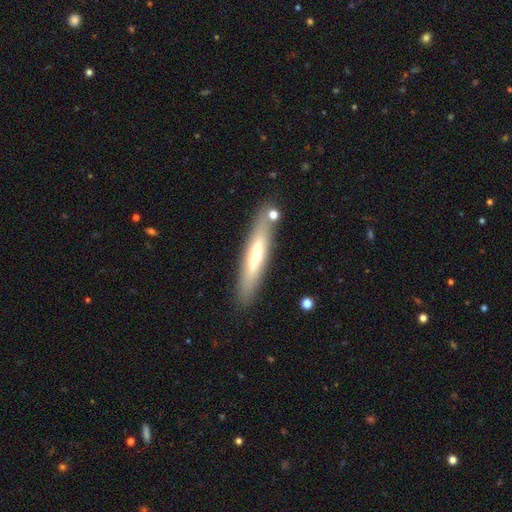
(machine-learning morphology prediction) type=featured or disk (47%, tied with smooth); merging=none (82%).